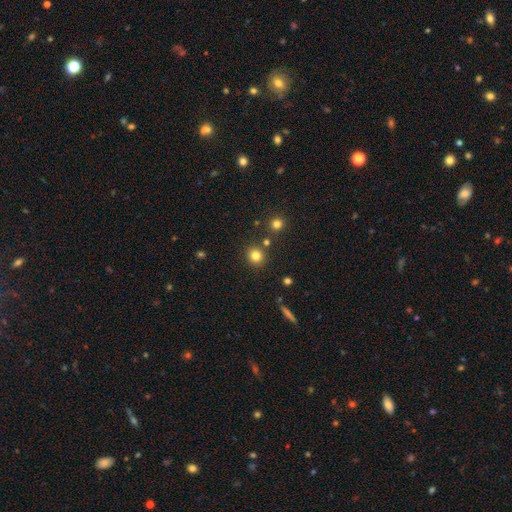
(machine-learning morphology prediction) type=smooth (80%); roundness=round (91%); merging=none (85%).